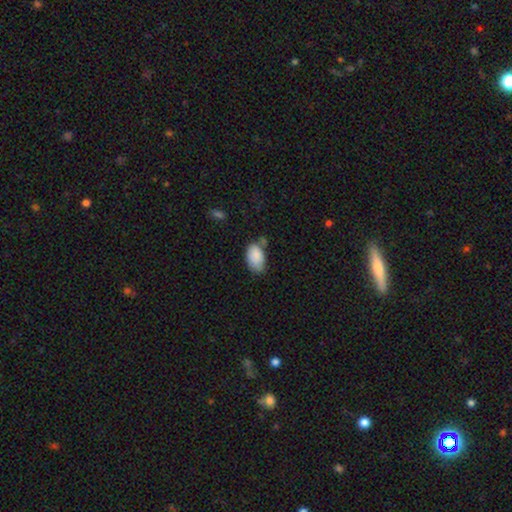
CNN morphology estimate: This appears to be a smooth galaxy with no disk features (87%) that is in between round and cigar-shaped (93%). Merging: none (52%).